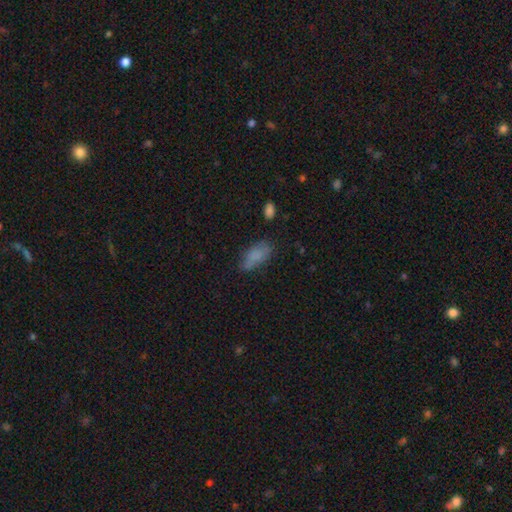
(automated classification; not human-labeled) Q: Smooth or featured?
A: smooth (76%); runner-up: featured or disk (14%)
Q: How rounded?
A: in between (85%); runner-up: cigar-shaped (12%)
Q: Merging?
A: none (55%); runner-up: minor disturbance (28%)